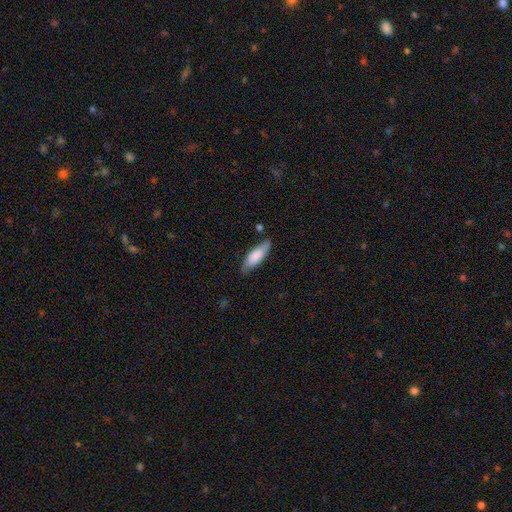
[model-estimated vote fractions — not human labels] Smooth or featured?
  - smooth: 74% *
  - featured or disk: 20%
  - star or artifact: 6%
How rounded?
  - in between: 57% *
  - cigar-shaped: 41%
  - round: 2%
Merging?
  - none: 74% *
  - minor disturbance: 19%
  - major disturbance: 4%
  - merger: 3%